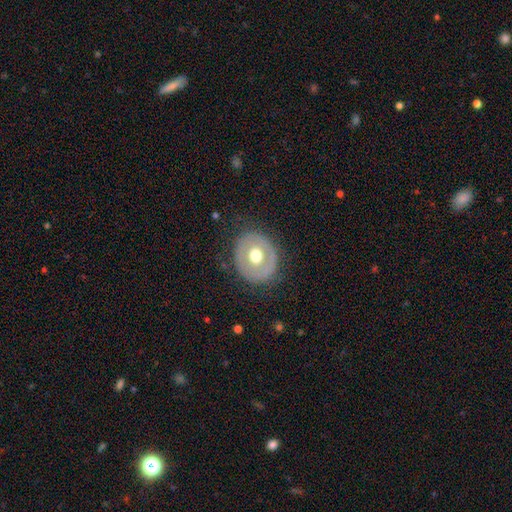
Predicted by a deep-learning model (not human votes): Overall: smooth (49%; featured or disk 45%). Merging: none (81%).